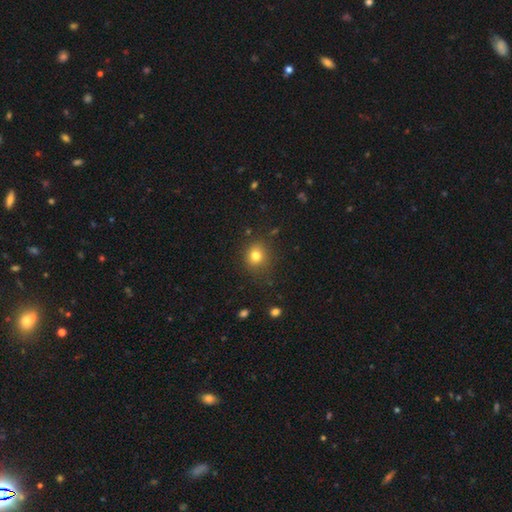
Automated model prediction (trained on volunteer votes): This appears to be a smooth galaxy with no disk features (78%) that is round (82%). Merging: none (82%).